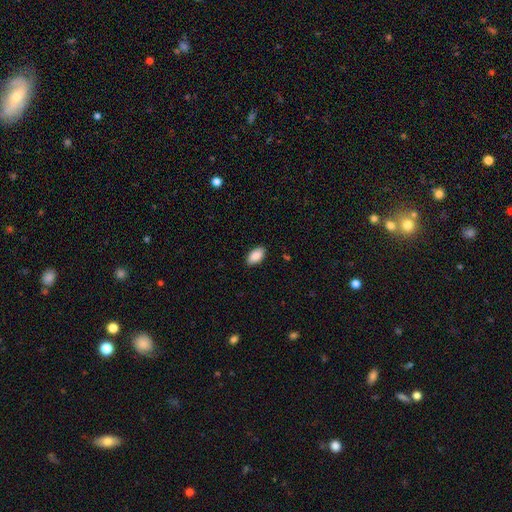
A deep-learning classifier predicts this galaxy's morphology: The model was most divided on "merging": none: 88%, minor disturbance: 9%, major disturbance: 2%, merger: 1%. More confident: how rounded — in between (95%); smooth or featured — smooth (90%).